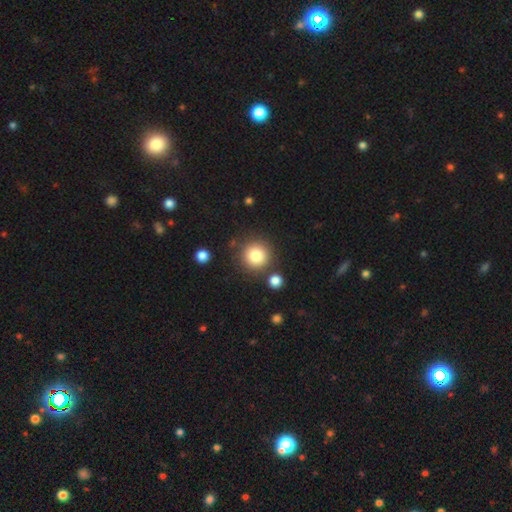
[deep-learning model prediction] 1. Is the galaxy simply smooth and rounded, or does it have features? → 82% smooth, 10% star or artifact, 8% featured or disk.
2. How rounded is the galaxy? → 94% round, 5% in between, 1% cigar-shaped.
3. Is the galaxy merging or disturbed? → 82% none, 8% minor disturbance, 7% merger, 3% major disturbance.